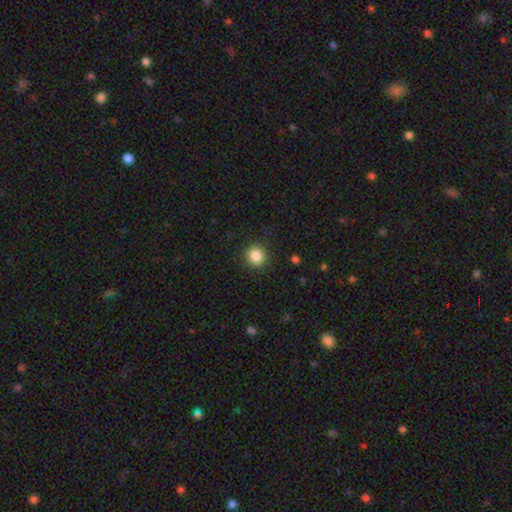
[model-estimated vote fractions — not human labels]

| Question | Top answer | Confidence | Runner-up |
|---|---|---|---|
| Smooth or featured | smooth | 86% | star or artifact (10%) |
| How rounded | round | 87% | in between (12%) |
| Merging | none | 90% | minor disturbance (7%) |